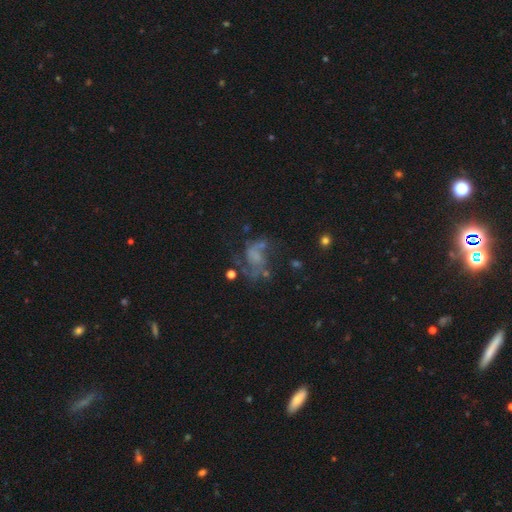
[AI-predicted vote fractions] A featured or disk galaxy (61%) with no bar (67%), spiral arms (70%) and no central bulge (63%). Merging: none (37%).